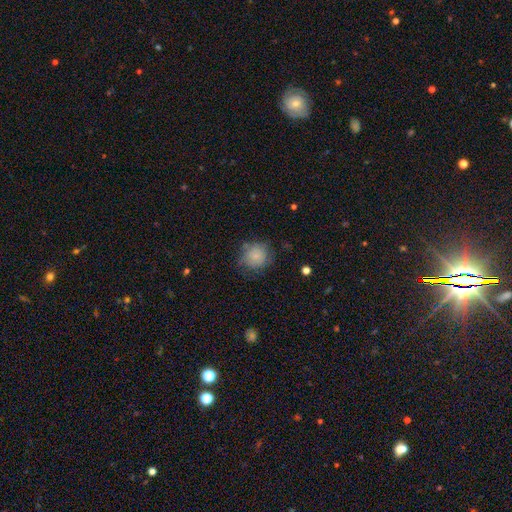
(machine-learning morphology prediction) Overall: smooth (79%). How rounded: round (89%). Merging: none (67%).